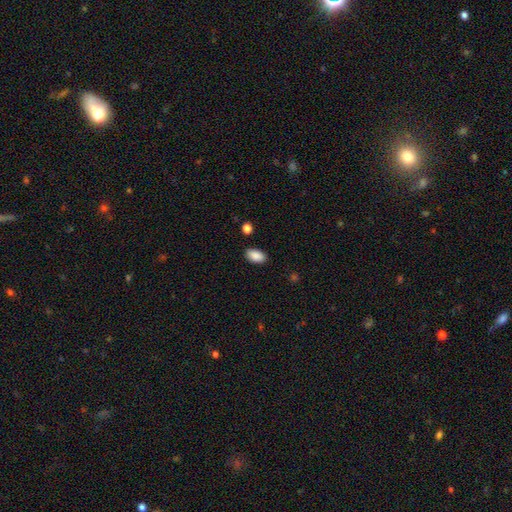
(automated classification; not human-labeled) Smooth or featured: smooth — 89% (star or artifact — 7%)
How rounded: in between — 93% (round — 5%)
Merging: none — 87% (minor disturbance — 9%)